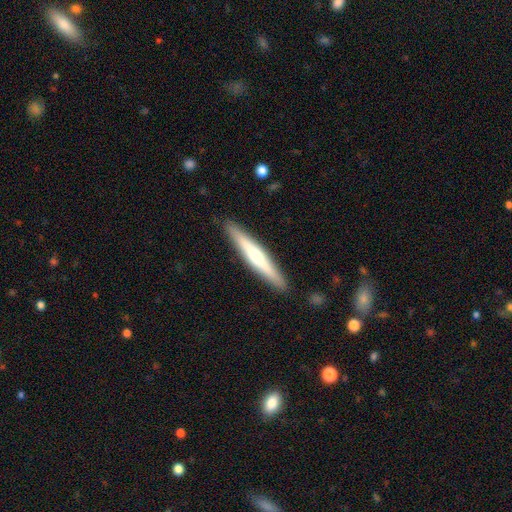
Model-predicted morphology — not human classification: Smooth or featured?
  - featured or disk: 54% *
  - smooth: 40%
  - star or artifact: 6%
Edge-on disk?
  - yes: 95% *
  - no: 5%
Edge-on bulge?
  - rounded: 76% *
  - none: 18%
  - boxy: 5%
Merging?
  - none: 90% *
  - minor disturbance: 7%
  - major disturbance: 1%
  - merger: 1%